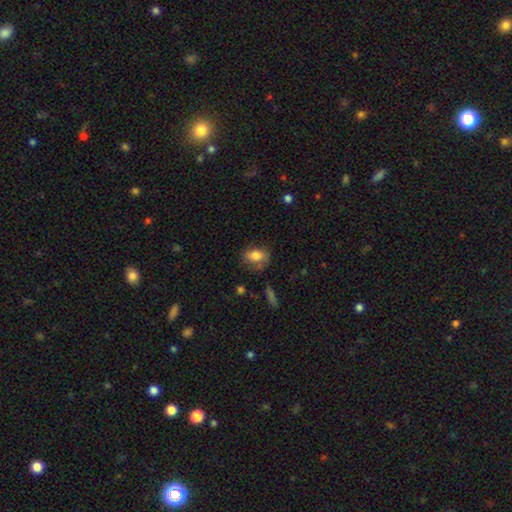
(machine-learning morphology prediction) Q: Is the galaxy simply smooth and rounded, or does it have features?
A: smooth — 77%.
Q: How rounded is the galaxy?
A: in between — 81%.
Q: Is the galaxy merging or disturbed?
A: none — 59%.